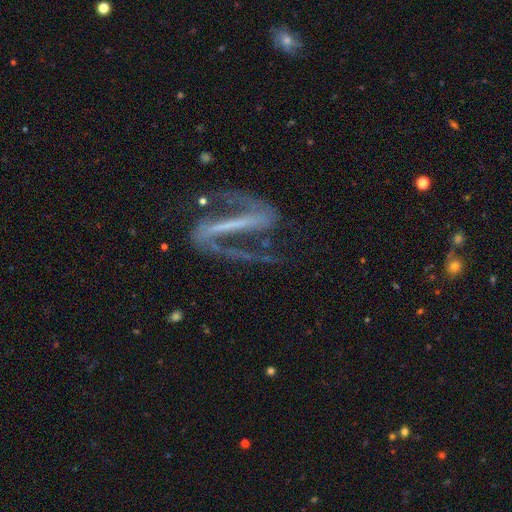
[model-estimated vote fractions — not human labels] smooth_or_featured: featured or disk (p=0.89) [alt: star or artifact p=0.06]
disk_edge_on: no (p=0.91) [alt: yes p=0.09]
bar: strong (p=0.83) [alt: weak p=0.11]
has_spiral_arms: yes (p=0.94) [alt: no p=0.06]
spiral_winding: loose (p=0.45) [alt: medium p=0.41]
spiral_arm_count: 2 (p=0.92) [alt: 1 p=0.03]
bulge_size: none (p=0.59) [alt: small p=0.31]
merging: none (p=0.66) [alt: major disturbance p=0.16]